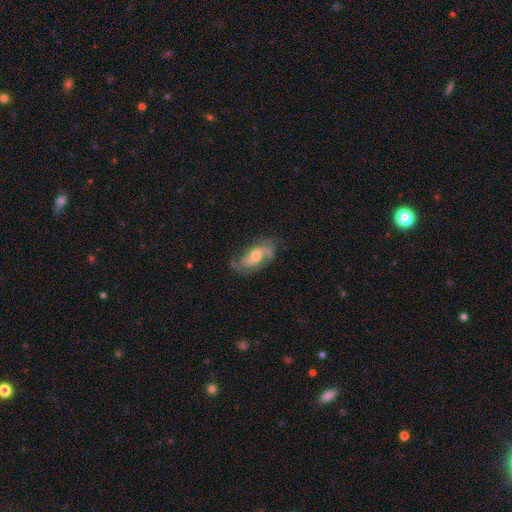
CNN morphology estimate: Smooth or featured? featured or disk (79%)
Edge-on disk? no (95%)
Bar? no (52%)
Spiral arms? yes (93%)
Spiral winding? medium (47%)
Spiral arm count? 2 (74%)
Bulge size? moderate (58%)
Merging? none (64%)